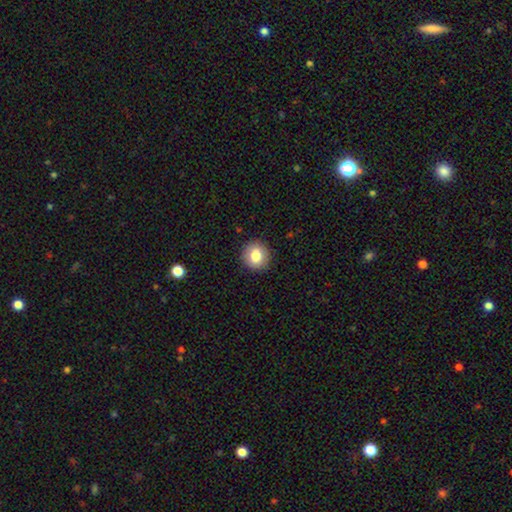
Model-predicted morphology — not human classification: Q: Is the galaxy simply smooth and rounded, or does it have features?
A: smooth — 80%.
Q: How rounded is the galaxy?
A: round — 89%.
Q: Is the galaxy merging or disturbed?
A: none — 90%.